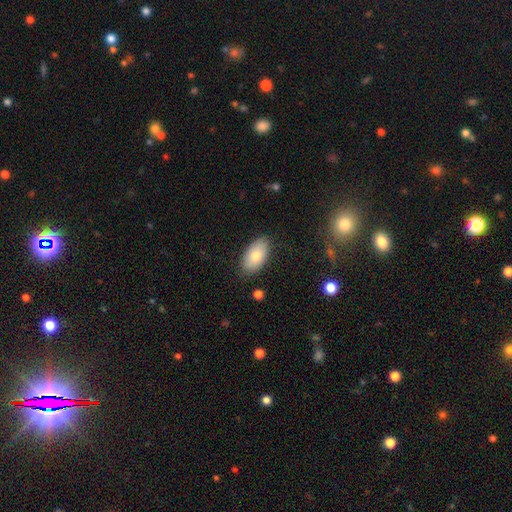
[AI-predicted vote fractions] Smooth or featured? smooth (79%)
How rounded? in between (95%)
Merging? none (83%)